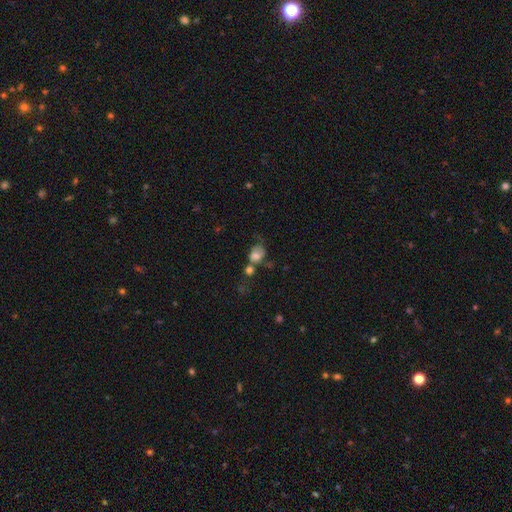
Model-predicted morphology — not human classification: Smooth or featured: smooth — 64% (featured or disk — 24%)
How rounded: in between — 53% (round — 45%)
Merging: merger — 32% (none — 27%)